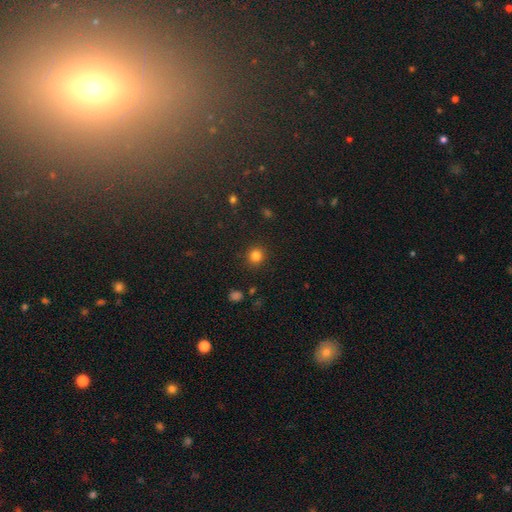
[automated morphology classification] The model was most divided on "smooth or featured": smooth: 82%, star or artifact: 13%, featured or disk: 5%. More confident: how rounded — round (91%); merging — none (90%).